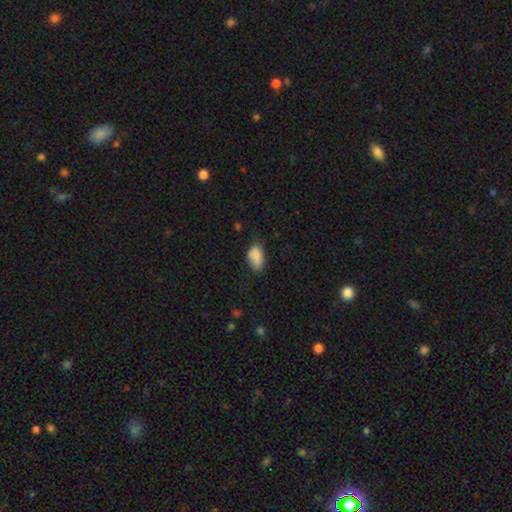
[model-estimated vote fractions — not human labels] A smooth galaxy with no disk features (85%) that is in between round and cigar-shaped (91%). Merging: none (56%).